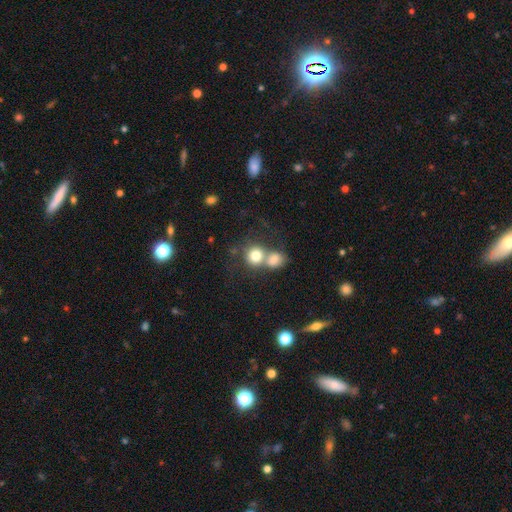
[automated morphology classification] Smooth or featured?
  - smooth: 77% *
  - featured or disk: 13%
  - star or artifact: 10%
How rounded?
  - round: 80% *
  - in between: 19%
  - cigar-shaped: 1%
Merging?
  - merger: 57% *
  - none: 32%
  - minor disturbance: 7%
  - major disturbance: 4%